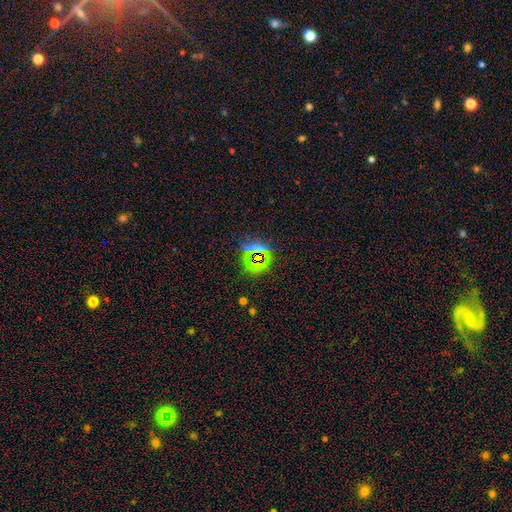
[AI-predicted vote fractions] Smooth or featured: star or artifact — 66% (smooth — 25%)